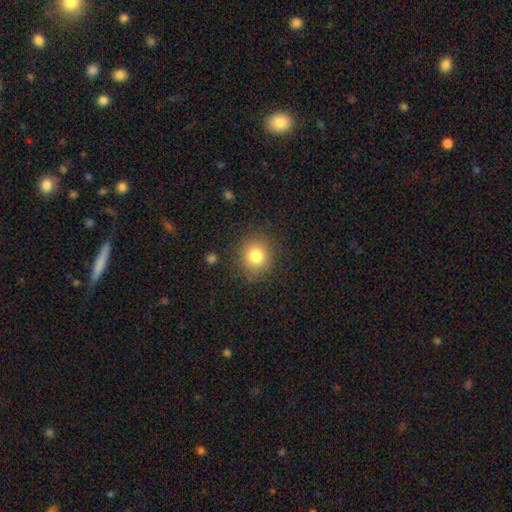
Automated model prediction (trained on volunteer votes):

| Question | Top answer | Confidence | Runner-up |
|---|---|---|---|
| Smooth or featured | smooth | 80% | star or artifact (12%) |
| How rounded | round | 85% | in between (14%) |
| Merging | none | 86% | minor disturbance (9%) |